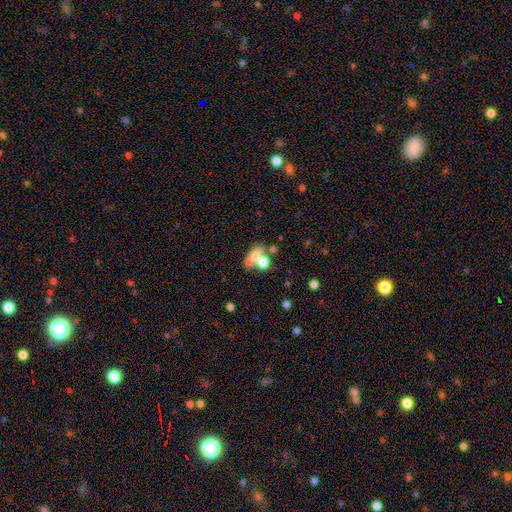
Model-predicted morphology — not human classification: Smooth or featured? Predicted: smooth (p=0.55). How rounded? Predicted: in between (p=0.51). Merging? Predicted: merger (p=0.54).